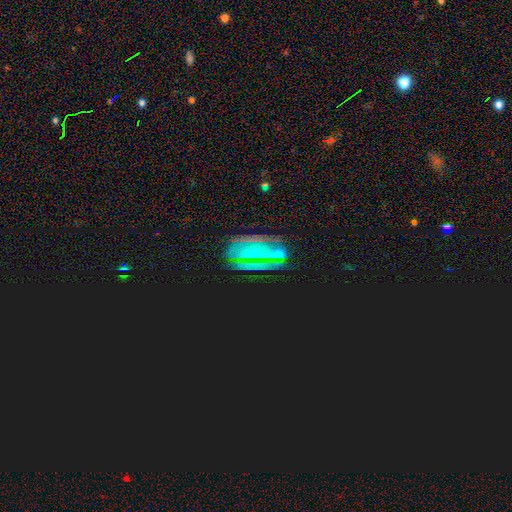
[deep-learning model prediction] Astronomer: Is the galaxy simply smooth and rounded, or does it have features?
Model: star or artifact — 42% (runner-up: featured or disk, 37%).